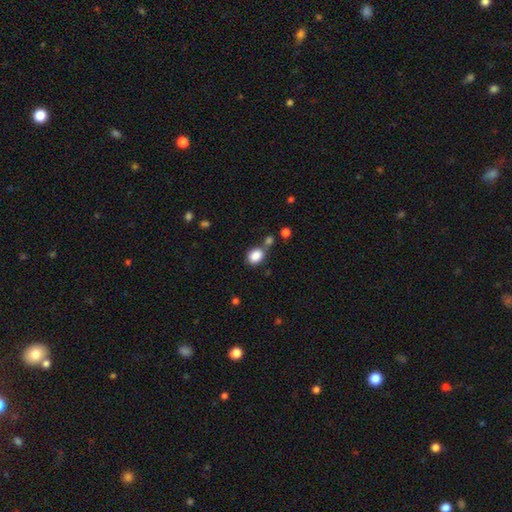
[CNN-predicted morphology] smooth_or_featured: smooth (p=0.87) [alt: star or artifact p=0.09]
how_rounded: in between (p=0.62) [alt: round p=0.37]
merging: none (p=0.61) [alt: merger p=0.19]